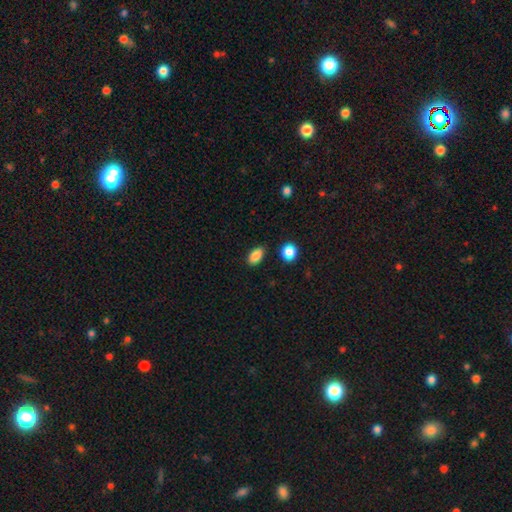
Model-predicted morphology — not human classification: Smooth or featured?
  - smooth: 88% *
  - star or artifact: 9%
  - featured or disk: 4%
How rounded?
  - in between: 89% *
  - round: 9%
  - cigar-shaped: 2%
Merging?
  - none: 84% *
  - minor disturbance: 11%
  - merger: 3%
  - major disturbance: 2%